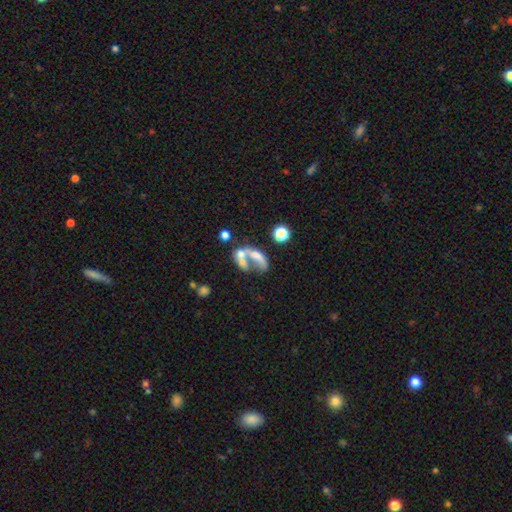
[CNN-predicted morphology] Smooth or featured? Predicted: featured or disk (p=0.47). Merging? Predicted: merger (p=0.54).